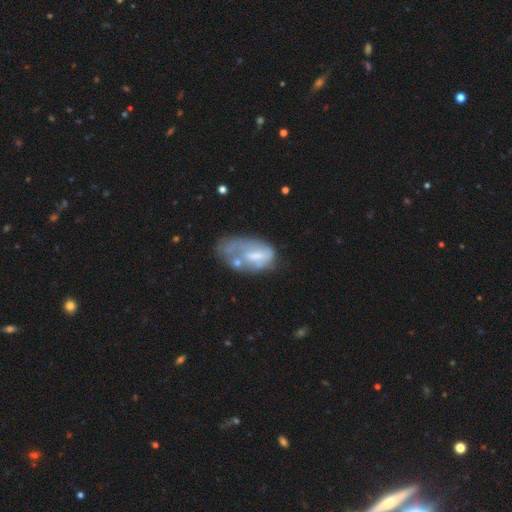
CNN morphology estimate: Overall: featured or disk (50%; smooth 42%). Edge-on disk: no (94%). Merging: major disturbance (32%; none 27%).